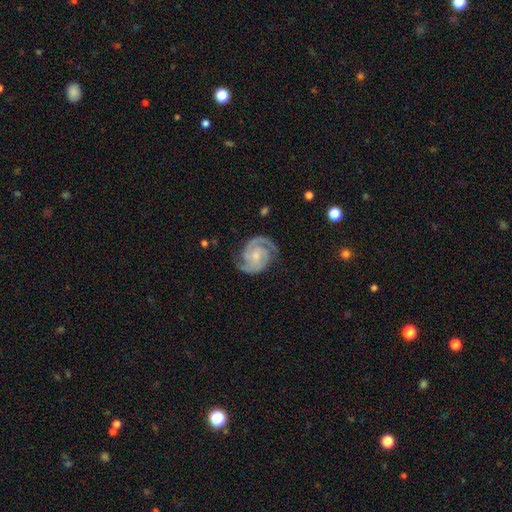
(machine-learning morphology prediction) A featured or disk galaxy (92%) with no bar (60%), 2 (83%) tight (56%) spiral arms (99%) and a small central bulge (55%).

Vote fractions:
- Smooth or featured? featured or disk: 92% / star or artifact: 4% / smooth: 4%
- Edge-on disk? no: 98% / yes: 2%
- Bar? no: 60% / weak: 32% / strong: 8%
- Spiral arms? yes: 99% / no: 1%
- Spiral winding? tight: 56% / medium: 39% / loose: 5%
- Spiral arm count? 2: 83% / 3: 9% / can't tell: 3% / 1: 2% / 4: 2% / more than 4: 2%
- Bulge size? small: 55% / moderate: 35% / none: 7% / large: 2% / dominant: 1%
- Merging? none: 78% / minor disturbance: 16% / major disturbance: 5% / merger: 1%